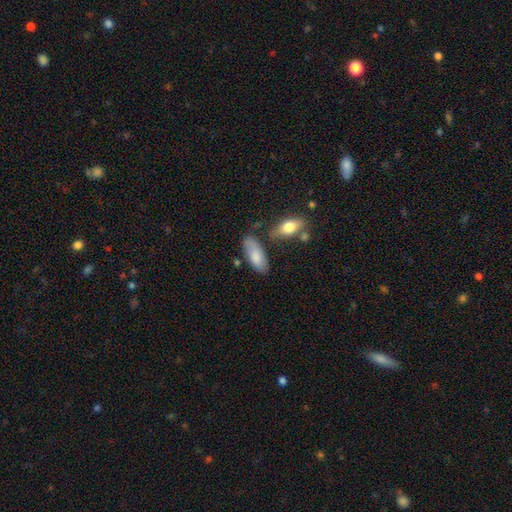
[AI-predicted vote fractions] Overall: smooth (79%). How rounded: in between (83%). Merging: none (65%).